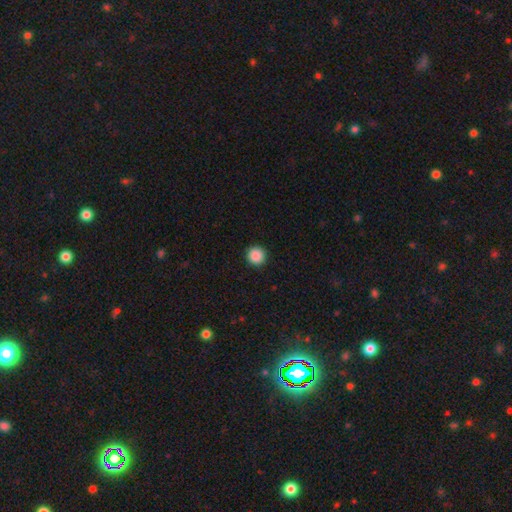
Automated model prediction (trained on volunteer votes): Overall: smooth (89%). How rounded: round (96%). Merging: none (93%).